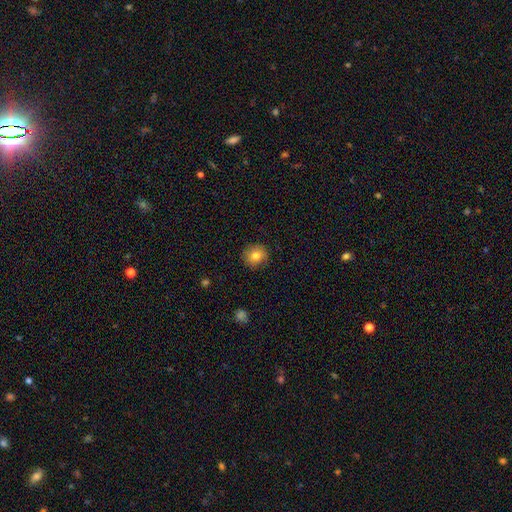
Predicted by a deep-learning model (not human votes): Q: Smooth or featured?
A: smooth (81%); runner-up: star or artifact (10%)
Q: How rounded?
A: round (87%); runner-up: in between (12%)
Q: Merging?
A: none (89%); runner-up: minor disturbance (8%)